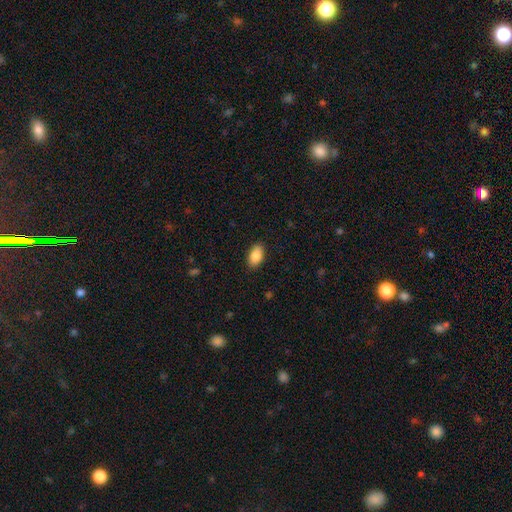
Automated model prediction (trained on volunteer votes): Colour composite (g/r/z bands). It shows a smooth galaxy with no disk features (87%) that is in between round and cigar-shaped (93%). Merging: none (88%).